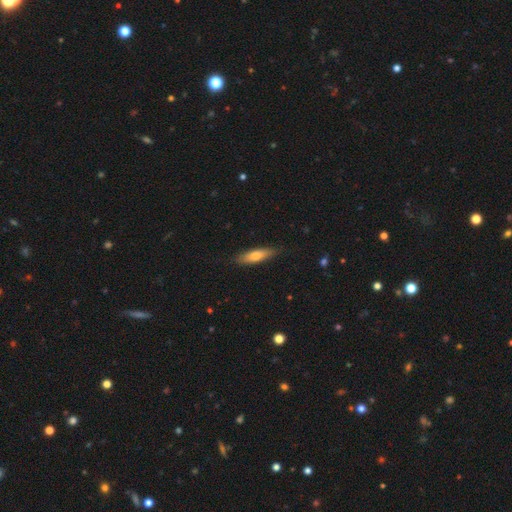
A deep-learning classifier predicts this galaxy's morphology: type=smooth (68%); roundness=cigar-shaped (62%); merging=none (84%).